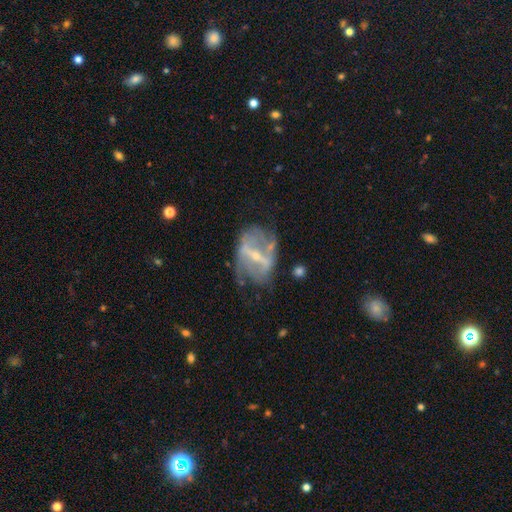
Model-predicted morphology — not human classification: featured or disk 83%, smooth 10%, star or artifact 7%. Down the decision tree: edge-on disk — no (93%); bar — strong (70%); spiral arms — yes (65%); spiral arm count — 2 (67%); spiral winding — loose (44%); bulge size — small (67%); merging — none (52%).